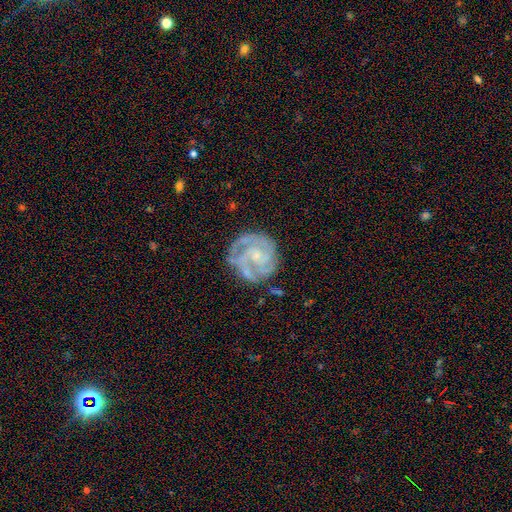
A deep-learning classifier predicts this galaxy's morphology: The model was most divided on "spiral arm count": 3: 41%, 2: 22%, can't tell: 16%, 4: 11%, 1: 5%, more than 4: 5%. More confident: edge-on disk — no (98%); spiral arms — yes (97%); smooth or featured — featured or disk (87%); merging — none (73%); spiral winding — tight (67%); bulge size — small (66%); bar — no (65%).